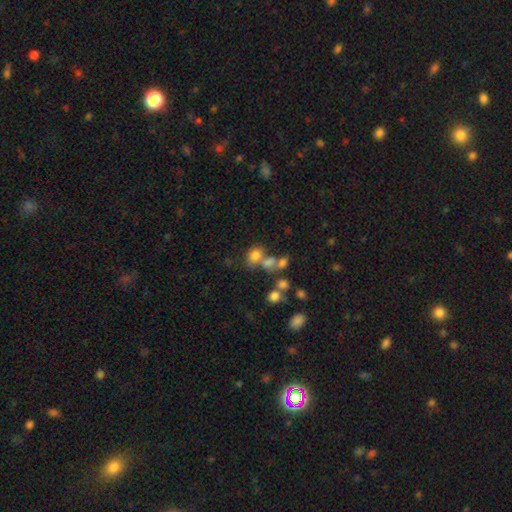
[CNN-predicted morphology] Smooth or featured? smooth (71%)
How rounded? in between (52%)
Merging? merger (42%)